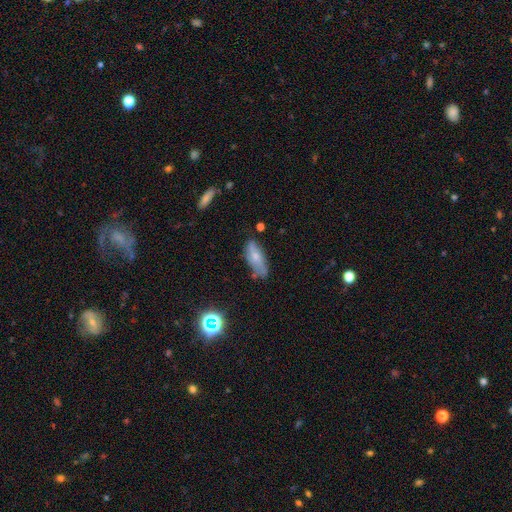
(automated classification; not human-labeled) smooth 61%, featured or disk 30%, star or artifact 10%. Down the decision tree: how rounded — in between (72%); merging — none (59%).